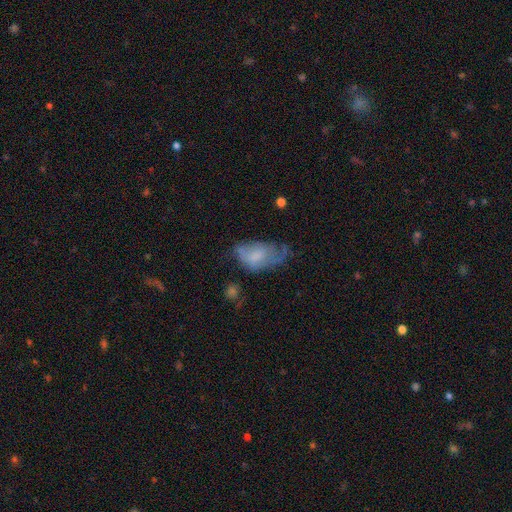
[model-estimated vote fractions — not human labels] Smooth or featured? smooth (54%)
How rounded? in between (91%)
Merging? major disturbance (34%)